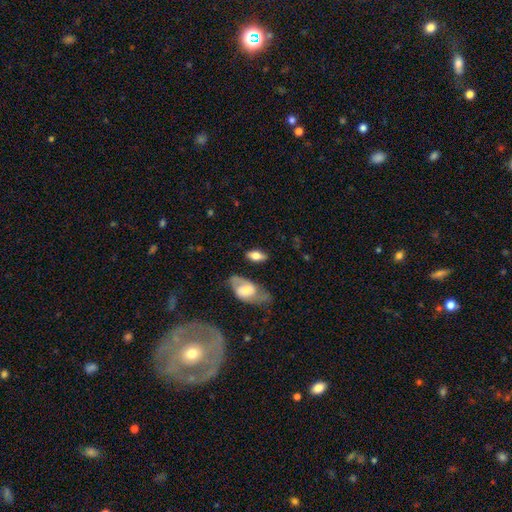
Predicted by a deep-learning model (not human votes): This appears to be a smooth galaxy with no disk features (67%) that is in between round and cigar-shaped (87%). Merging: none (70%).